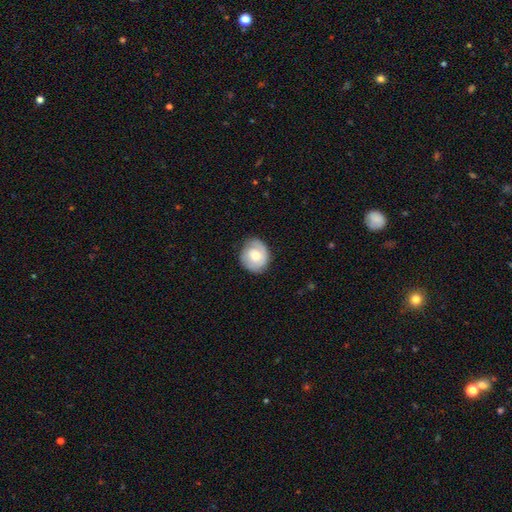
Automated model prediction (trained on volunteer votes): smooth-or-featured: smooth: 61% | featured or disk: 32% | star or artifact: 7%
  how-rounded: round: 74% | in between: 25% | cigar-shaped: 1%
  merging: none: 76% | minor disturbance: 19% | major disturbance: 4% | merger: 1%